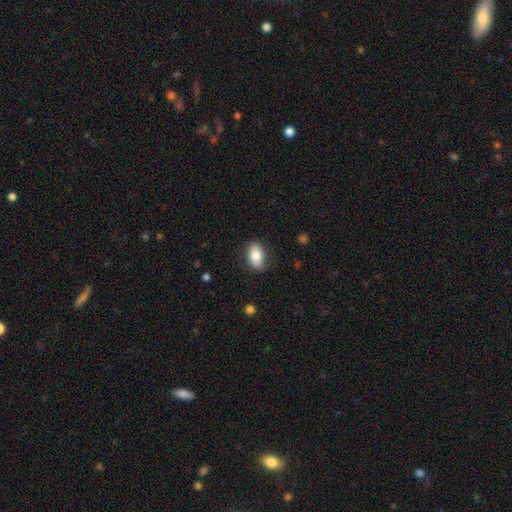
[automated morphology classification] Smooth or featured? smooth (80%)
How rounded? in between (89%)
Merging? none (82%)